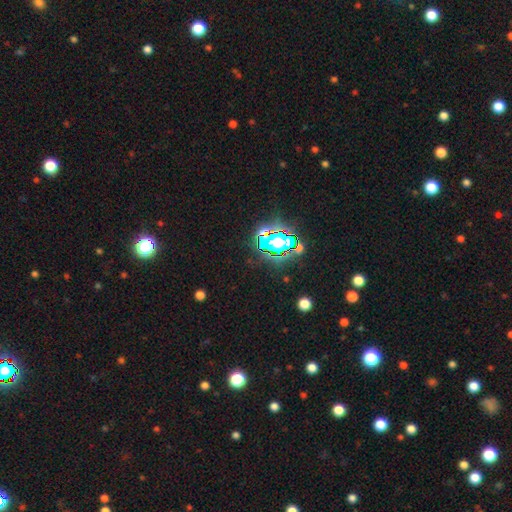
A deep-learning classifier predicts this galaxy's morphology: The model was most divided on "smooth or featured": star or artifact: 80%, smooth: 11%, featured or disk: 8%.